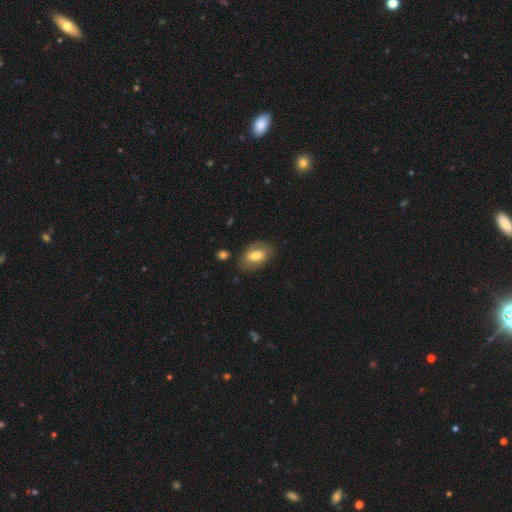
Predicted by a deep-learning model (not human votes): The model was most divided on "smooth or featured": smooth: 59%, featured or disk: 34%, star or artifact: 7%. More confident: how rounded — in between (86%); merging — none (73%).